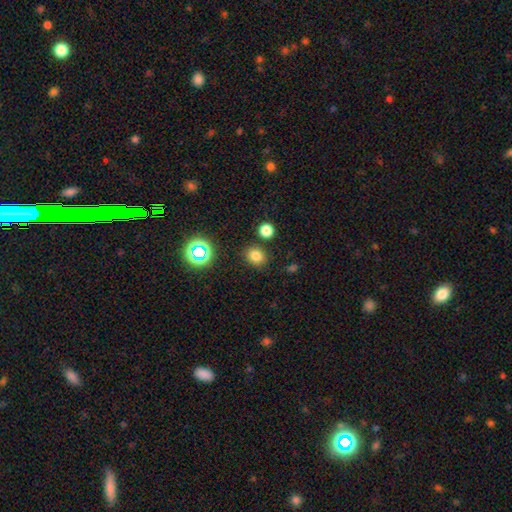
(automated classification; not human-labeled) A smooth galaxy with no disk features (77%) that is round (69%).

Vote fractions:
- Smooth or featured? smooth: 77% / star or artifact: 17% / featured or disk: 6%
- How rounded? round: 69% / in between: 30% / cigar-shaped: 1%
- Merging? none: 83% / minor disturbance: 8% / merger: 5% / major disturbance: 3%